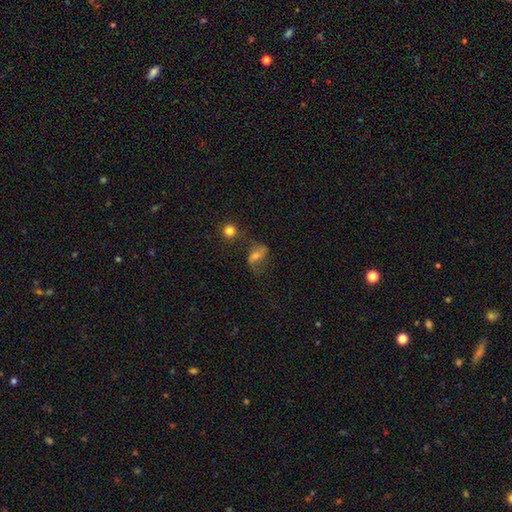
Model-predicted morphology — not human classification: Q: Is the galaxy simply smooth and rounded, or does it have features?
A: featured or disk — 53%.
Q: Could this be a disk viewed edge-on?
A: no — 94%.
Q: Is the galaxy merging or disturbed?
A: none — 59%.